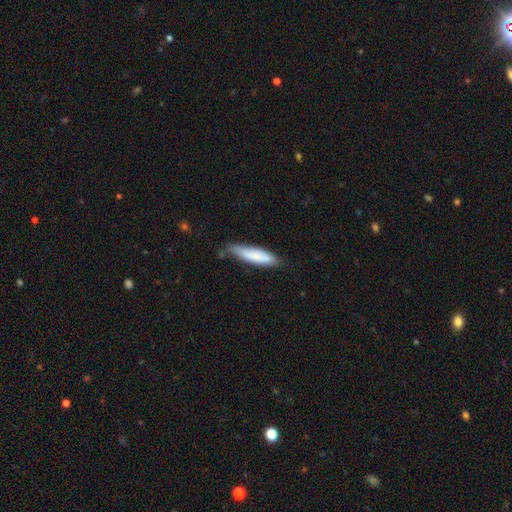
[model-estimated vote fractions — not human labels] Smooth or featured: smooth — 77% (featured or disk — 17%)
How rounded: cigar-shaped — 74% (in between — 25%)
Merging: none — 62% (minor disturbance — 29%)